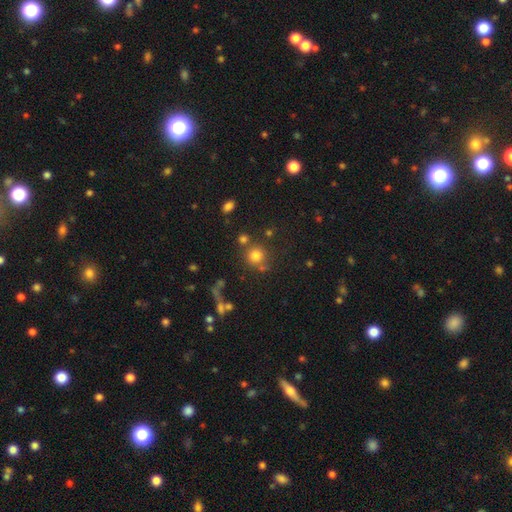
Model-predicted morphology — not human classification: Smooth or featured? Predicted: smooth (p=0.77). How rounded? Predicted: round (p=0.91). Merging? Predicted: none (p=0.70).